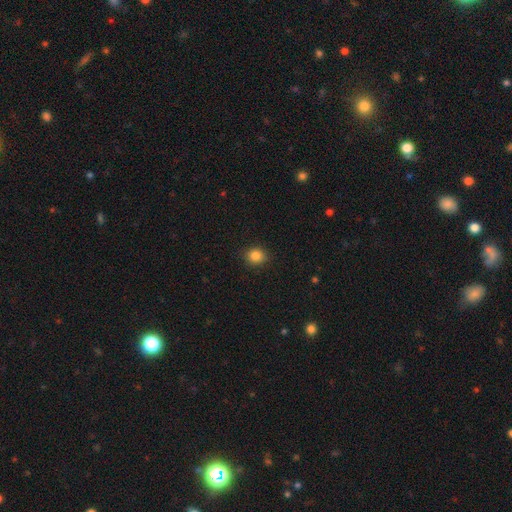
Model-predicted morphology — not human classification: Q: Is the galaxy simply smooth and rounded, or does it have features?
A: smooth — 84%.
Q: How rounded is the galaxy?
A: round — 71%.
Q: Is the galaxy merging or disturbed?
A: none — 89%.